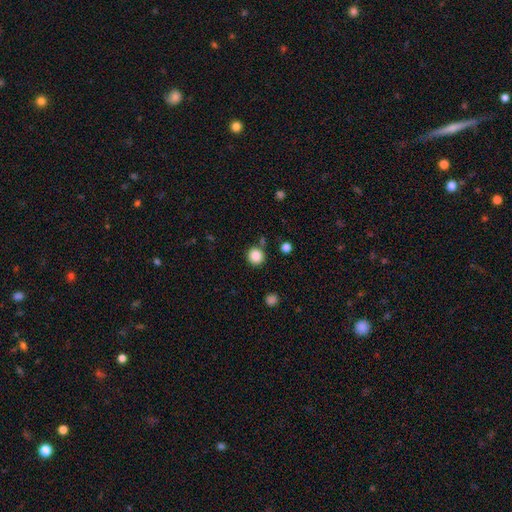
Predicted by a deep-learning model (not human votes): smooth 86%, star or artifact 10%, featured or disk 3%. Down the decision tree: how rounded — round (93%); merging — none (84%).